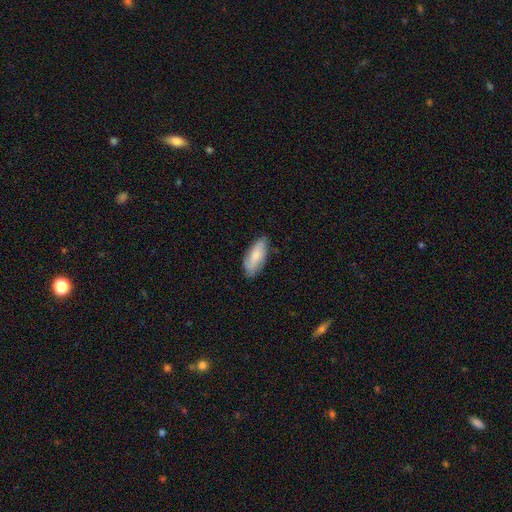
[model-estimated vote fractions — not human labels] This is likely a smooth galaxy (71%). How rounded: clearly in between (81%). Merging: likely none (73%).